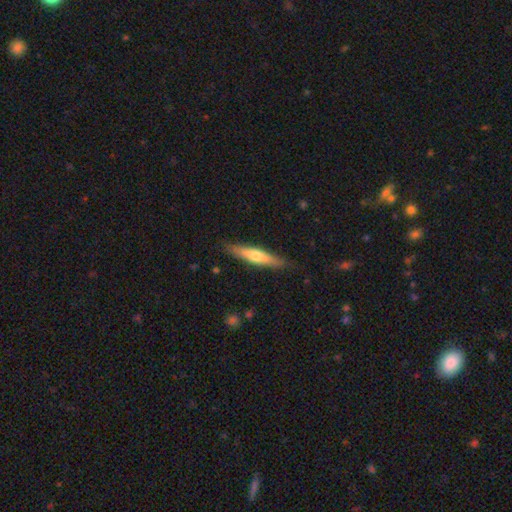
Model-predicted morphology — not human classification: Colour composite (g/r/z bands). It shows a smooth galaxy with no disk features (48%). Merging: none (86%).